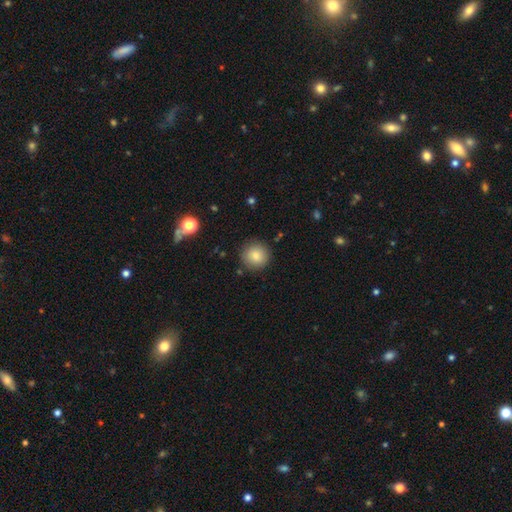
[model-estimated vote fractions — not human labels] A smooth galaxy with no disk features (84%) that is round (93%). Merging: none (88%).